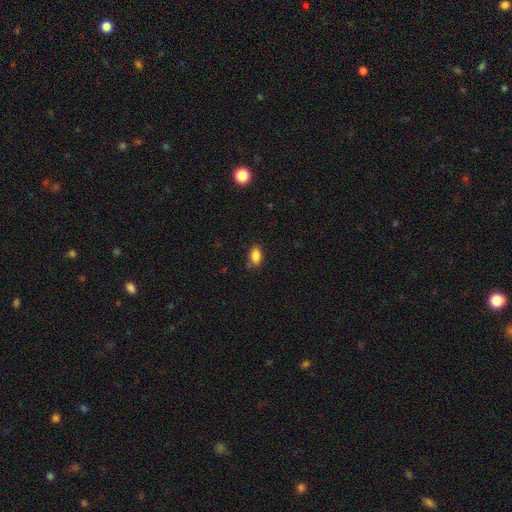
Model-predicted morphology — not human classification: A smooth galaxy with no disk features (86%) that is in between round and cigar-shaped (87%). Merging: none (74%).